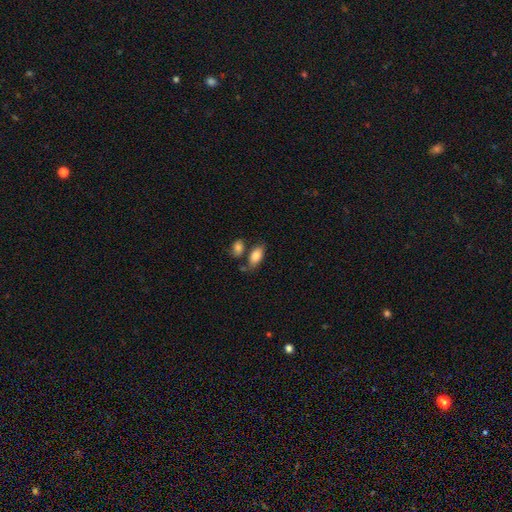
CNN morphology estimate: A smooth galaxy with no disk features (83%) that is in between round and cigar-shaped (91%). Merging: none (59%).